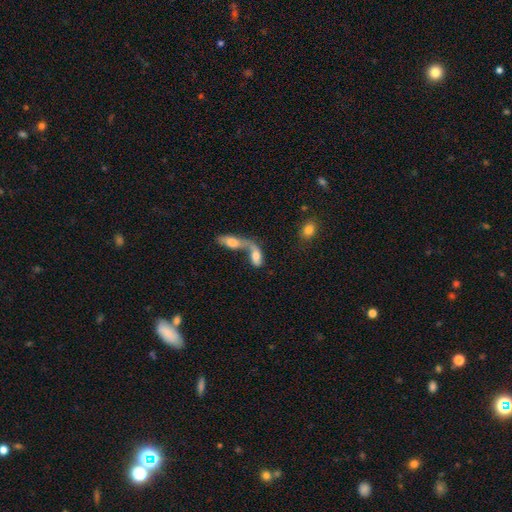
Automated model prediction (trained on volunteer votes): Smooth or featured: smooth — 68% (featured or disk — 24%)
How rounded: in between — 82% (cigar-shaped — 13%)
Merging: merger — 74% (none — 14%)